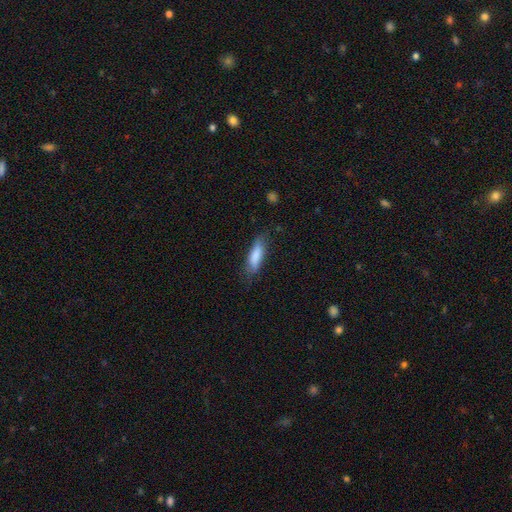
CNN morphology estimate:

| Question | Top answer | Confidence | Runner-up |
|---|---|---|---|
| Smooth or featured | smooth | 82% | featured or disk (12%) |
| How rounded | cigar-shaped | 56% | in between (42%) |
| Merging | none | 70% | minor disturbance (22%) |